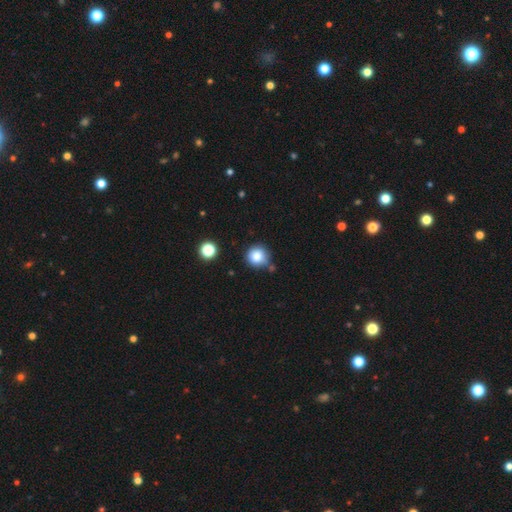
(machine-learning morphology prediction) type=smooth (83%); roundness=round (92%); merging=none (73%).